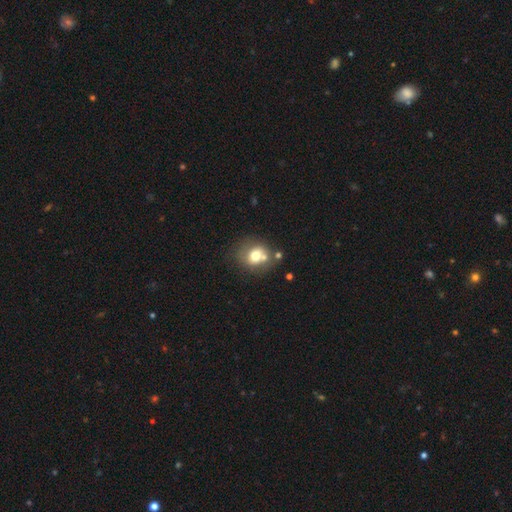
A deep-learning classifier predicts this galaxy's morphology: A smooth galaxy with no disk features (67%) that is round (66%). Merging: none (52%).